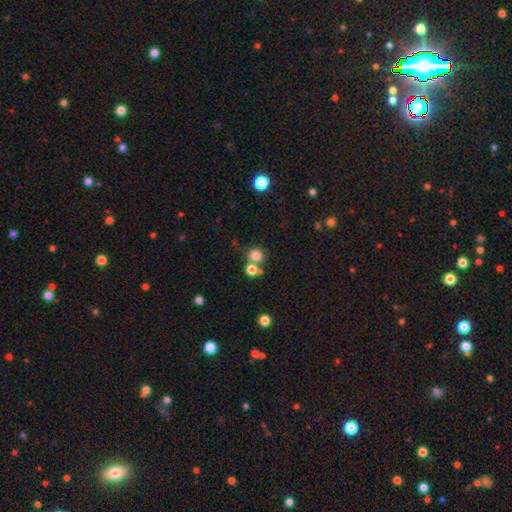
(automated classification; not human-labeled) smooth_or_featured: smooth (p=0.80) [alt: star or artifact p=0.14]
how_rounded: round (p=0.89) [alt: in between p=0.10]
merging: none (p=0.63) [alt: merger p=0.25]